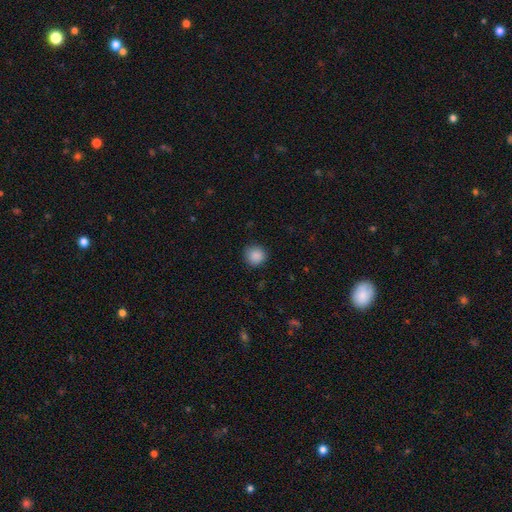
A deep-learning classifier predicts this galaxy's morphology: A smooth galaxy with no disk features (88%) that is round (93%).

Vote fractions:
- Smooth or featured? smooth: 88% / star or artifact: 9% / featured or disk: 3%
- How rounded? round: 93% / in between: 7% / cigar-shaped: 1%
- Merging? none: 87% / minor disturbance: 10% / major disturbance: 2% / merger: 1%